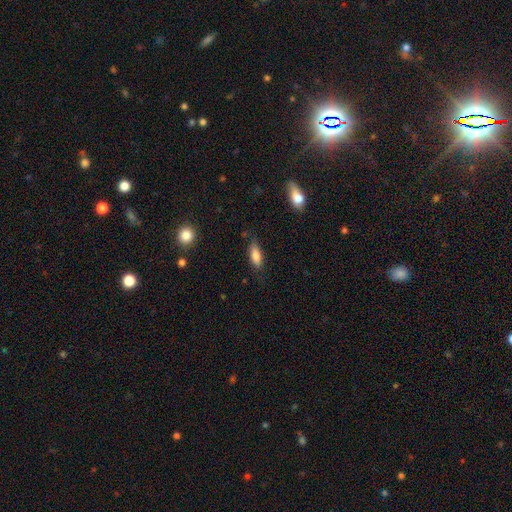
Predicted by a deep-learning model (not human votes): Morphology: type=smooth (81%); roundness=in between (72%); merging=none (72%).